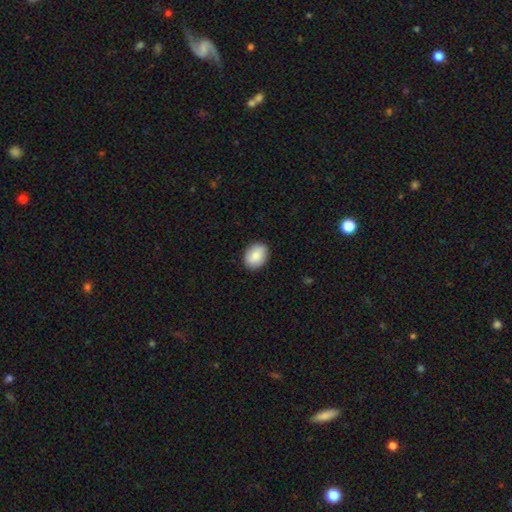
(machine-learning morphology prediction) smooth 85%, featured or disk 8%, star or artifact 6%. Down the decision tree: how rounded — in between (60%); merging — none (89%).